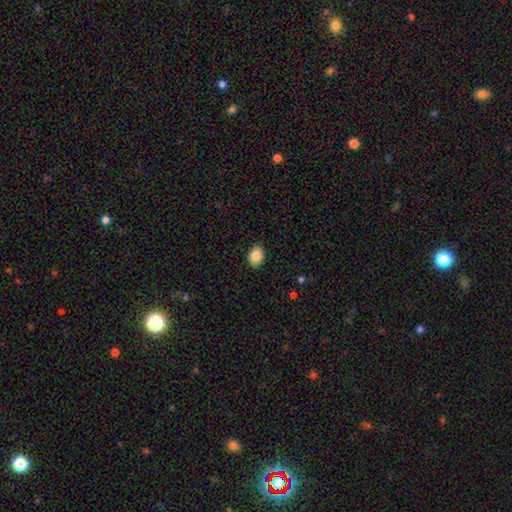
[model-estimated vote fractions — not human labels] Smooth or featured: smooth — 87% (star or artifact — 8%)
How rounded: in between — 74% (round — 25%)
Merging: none — 89% (minor disturbance — 8%)